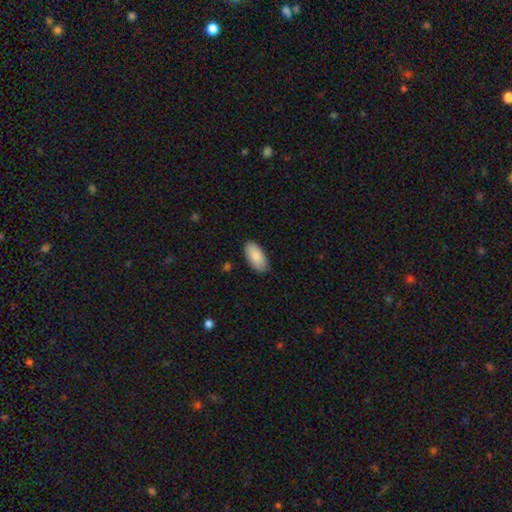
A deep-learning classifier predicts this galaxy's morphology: This appears to be a smooth galaxy with no disk features (88%) that is in between round and cigar-shaped (94%). Merging: none (83%).